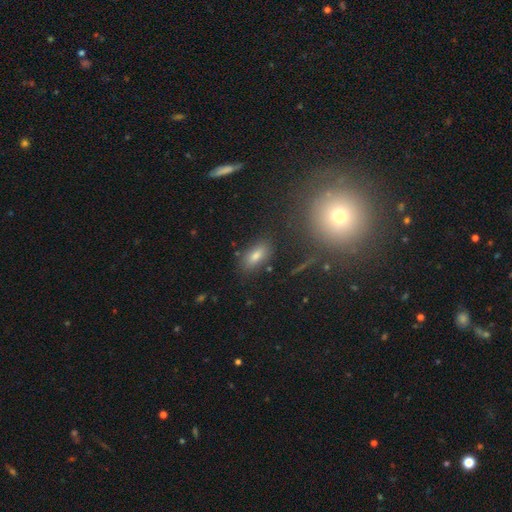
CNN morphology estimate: Smooth or featured? smooth (72%)
How rounded? in between (85%)
Merging? none (82%)